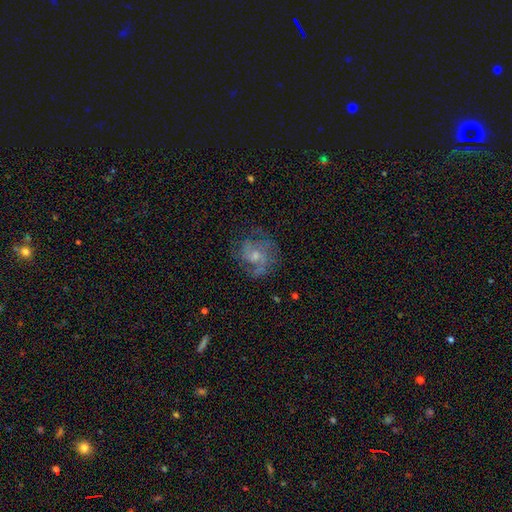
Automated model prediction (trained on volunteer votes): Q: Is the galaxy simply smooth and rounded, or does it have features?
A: featured or disk — 71%.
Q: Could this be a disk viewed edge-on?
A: no — 98%.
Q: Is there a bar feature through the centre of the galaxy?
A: no — 66%.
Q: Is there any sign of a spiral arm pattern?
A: yes — 85%.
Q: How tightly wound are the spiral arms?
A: medium — 47%.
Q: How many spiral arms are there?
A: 2 — 42%.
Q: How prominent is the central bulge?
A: small — 51%.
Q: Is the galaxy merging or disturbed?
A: none — 61%.